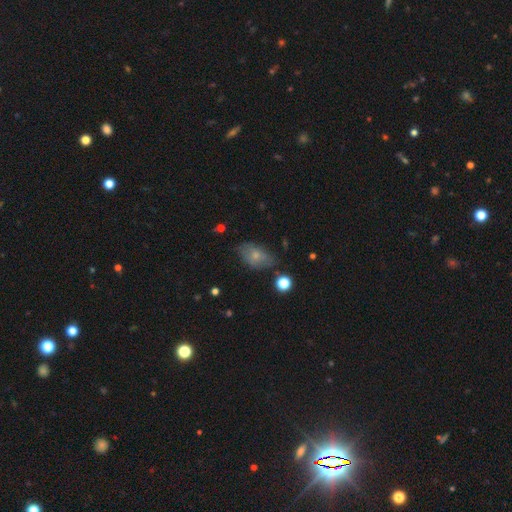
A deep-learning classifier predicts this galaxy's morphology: Q: Smooth or featured?
A: smooth (66%); runner-up: featured or disk (24%)
Q: How rounded?
A: in between (88%); runner-up: round (10%)
Q: Merging?
A: none (62%); runner-up: minor disturbance (27%)